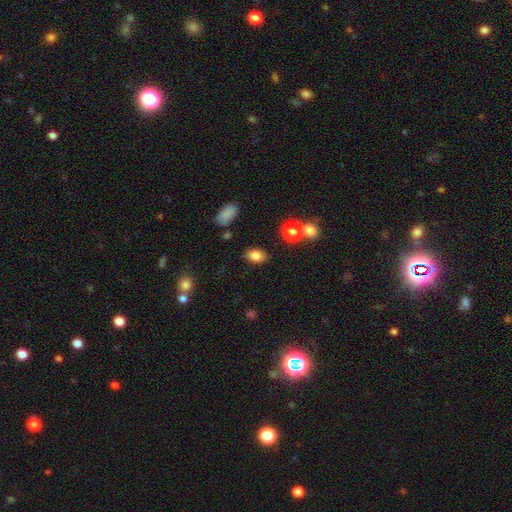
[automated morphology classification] smooth_or_featured: smooth (p=0.82) [alt: star or artifact p=0.11]
how_rounded: in between (p=0.82) [alt: round p=0.17]
merging: none (p=0.84) [alt: minor disturbance p=0.10]